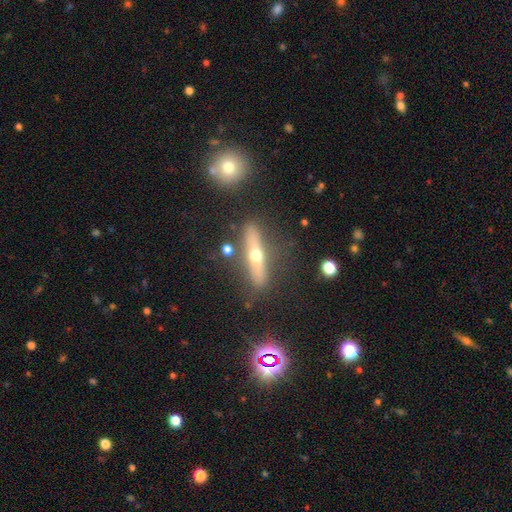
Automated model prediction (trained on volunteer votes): Smooth or featured?
  - featured or disk: 57% *
  - smooth: 35%
  - star or artifact: 9%
Edge-on disk?
  - yes: 88% *
  - no: 12%
Merging?
  - none: 79% *
  - minor disturbance: 12%
  - major disturbance: 5%
  - merger: 4%